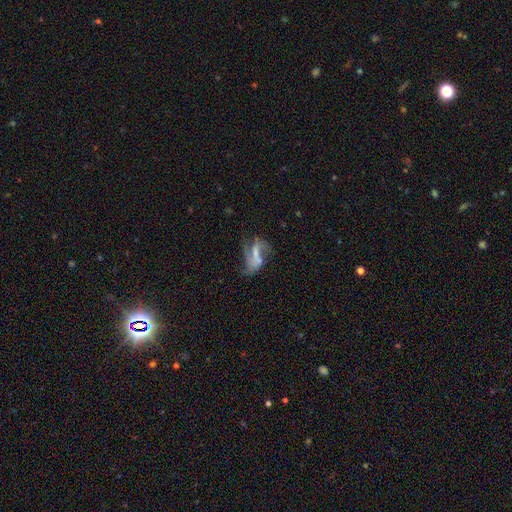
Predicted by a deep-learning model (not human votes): A featured or disk galaxy (62%) with no bar (41%), spiral arms (58%) and no central bulge (36%). Merging: major disturbance (37%).